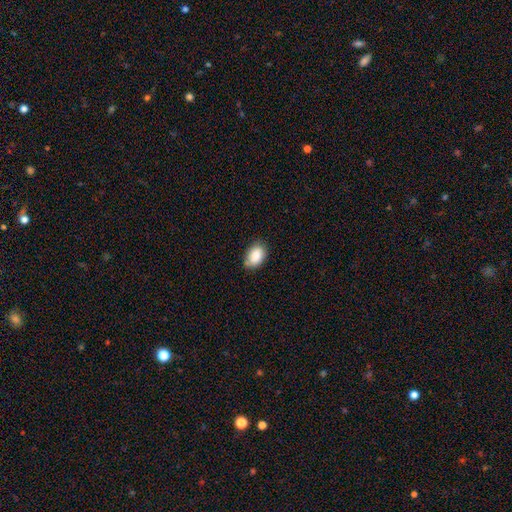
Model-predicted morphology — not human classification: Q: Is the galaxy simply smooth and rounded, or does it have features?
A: smooth — 85%.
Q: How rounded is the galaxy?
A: in between — 86%.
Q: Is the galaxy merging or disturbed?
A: none — 76%.